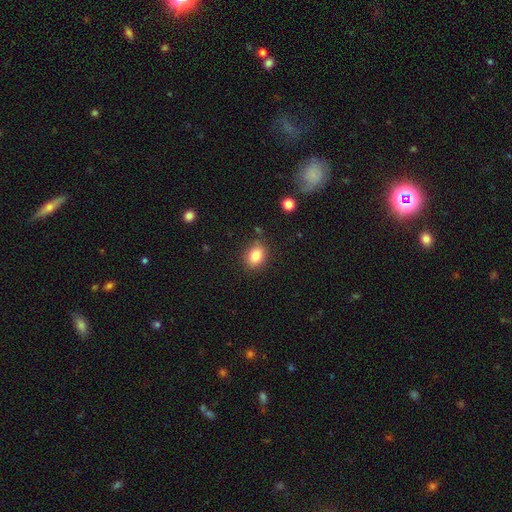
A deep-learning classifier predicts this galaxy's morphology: Overall: smooth (83%). How rounded: in between (58%; round 41%). Merging: none (82%).